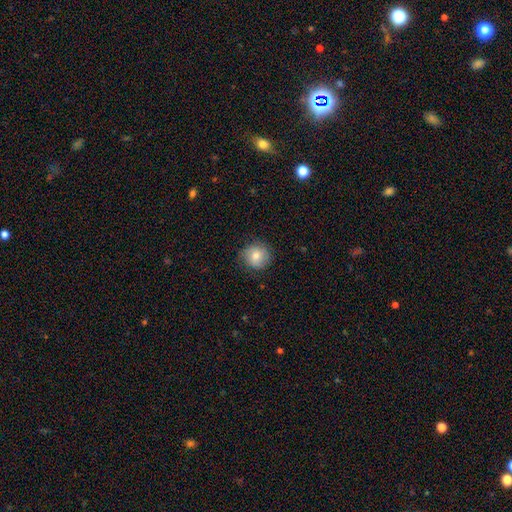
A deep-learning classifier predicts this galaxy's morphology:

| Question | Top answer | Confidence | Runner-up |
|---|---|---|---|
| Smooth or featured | smooth | 74% | featured or disk (17%) |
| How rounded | round | 92% | in between (7%) |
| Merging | none | 83% | minor disturbance (13%) |